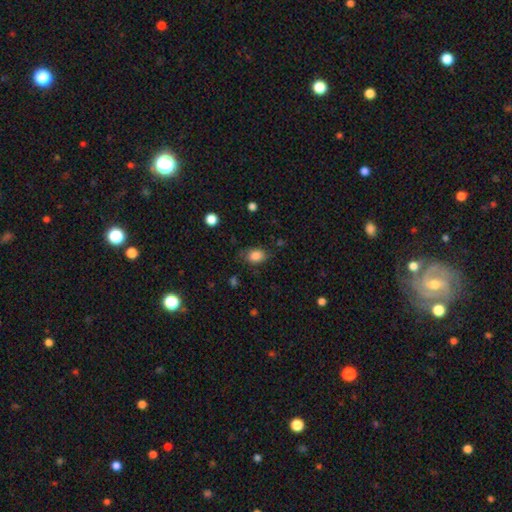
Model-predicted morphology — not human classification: This is clearly a smooth galaxy (84%). How rounded: likely in between (72%). Merging: likely none (70%).